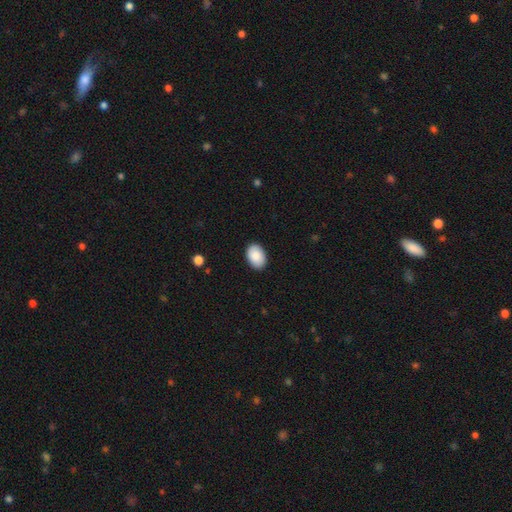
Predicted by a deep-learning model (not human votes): Morphology: type=smooth (89%); roundness=in between (88%); merging=none (89%).